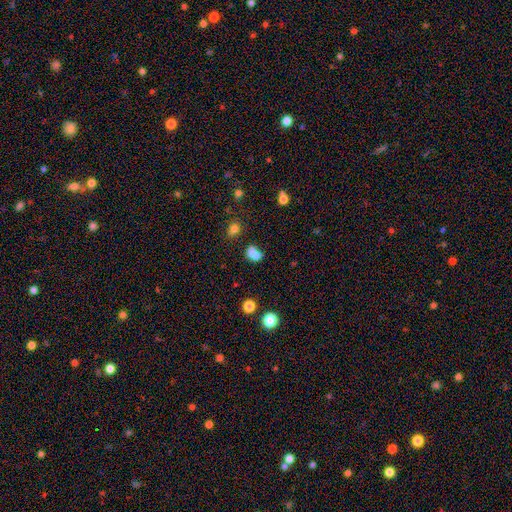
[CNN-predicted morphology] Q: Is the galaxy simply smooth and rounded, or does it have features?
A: smooth — 73%.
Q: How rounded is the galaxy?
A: in between — 60%.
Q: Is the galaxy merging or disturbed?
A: merger — 48%.